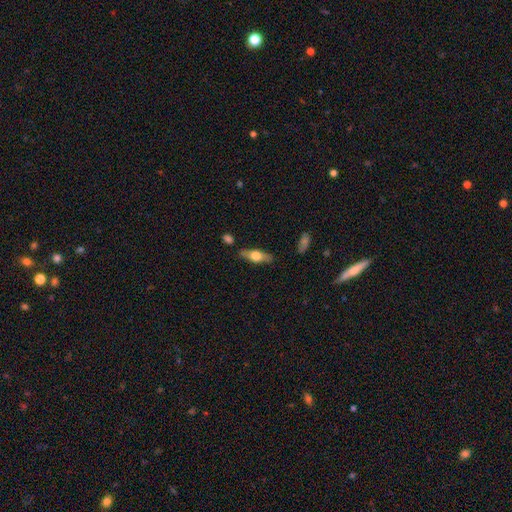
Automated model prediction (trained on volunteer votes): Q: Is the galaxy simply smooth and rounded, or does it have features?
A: smooth — 48%.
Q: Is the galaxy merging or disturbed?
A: none — 80%.